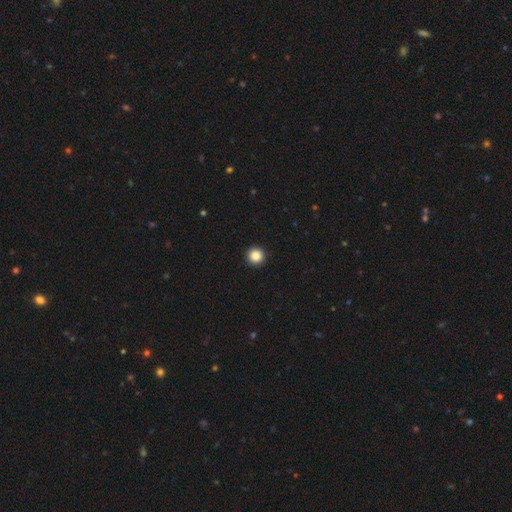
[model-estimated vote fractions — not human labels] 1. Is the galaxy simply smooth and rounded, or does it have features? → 87% smooth, 10% star or artifact, 3% featured or disk.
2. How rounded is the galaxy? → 97% round, 2% in between, 1% cigar-shaped.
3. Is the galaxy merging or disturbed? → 94% none, 4% minor disturbance, 1% major disturbance, 1% merger.